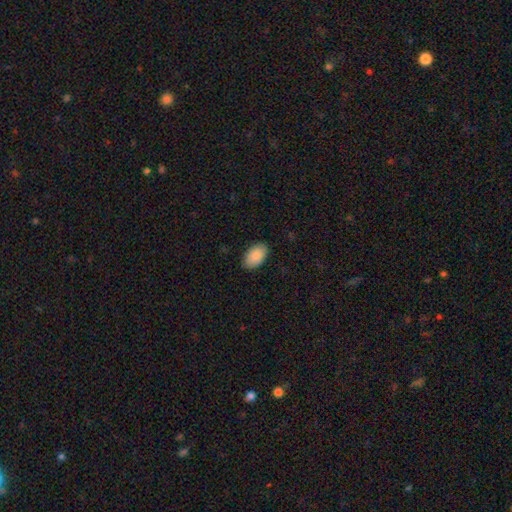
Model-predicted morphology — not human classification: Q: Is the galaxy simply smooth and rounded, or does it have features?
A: smooth — 89%.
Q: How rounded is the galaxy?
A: in between — 94%.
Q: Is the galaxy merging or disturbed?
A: none — 88%.